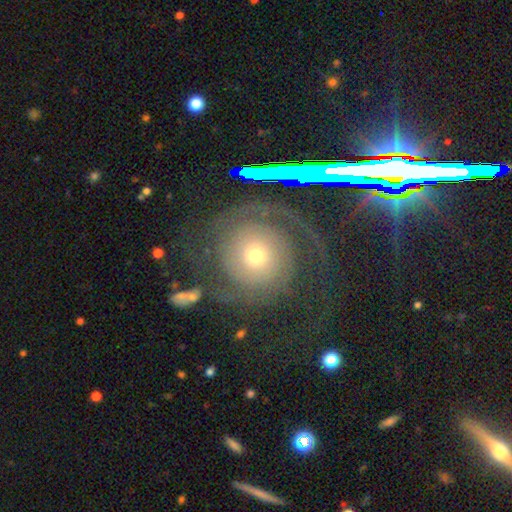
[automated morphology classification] Smooth or featured: featured or disk — 67% (smooth — 22%)
Edge-on disk: no — 97% (yes — 3%)
Bar: no — 80% (weak — 16%)
Spiral arms: yes — 86% (no — 14%)
Spiral winding: tight — 52% (medium — 30%)
Spiral arm count: 2 — 57% (can't tell — 18%)
Bulge size: small — 49% (moderate — 43%)
Merging: none — 61% (major disturbance — 21%)